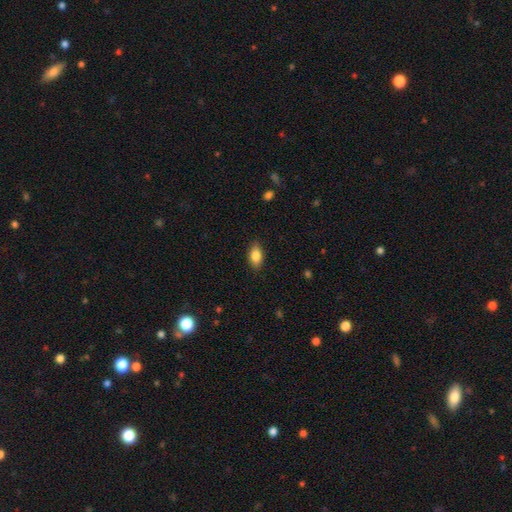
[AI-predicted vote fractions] smooth 82%, featured or disk 10%, star or artifact 7%. Down the decision tree: how rounded — in between (87%); merging — none (86%).